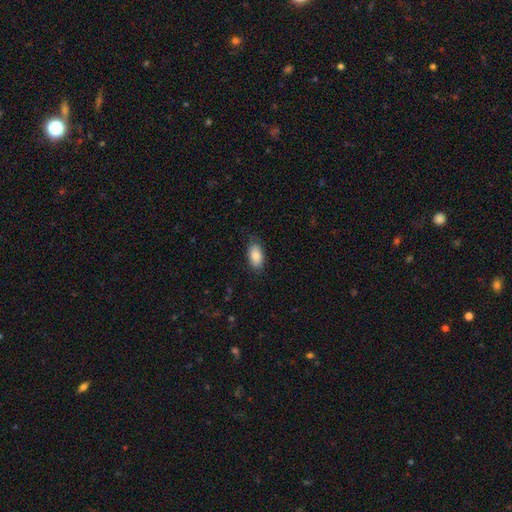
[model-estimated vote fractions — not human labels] The model was most divided on "merging": none: 81%, minor disturbance: 15%, major disturbance: 3%, merger: 1%. More confident: how rounded — in between (93%); smooth or featured — smooth (86%).